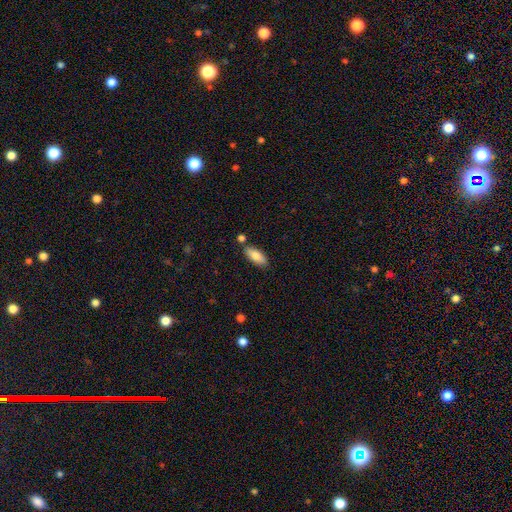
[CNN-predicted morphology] Overall: smooth (81%). How rounded: in between (77%). Merging: none (78%).